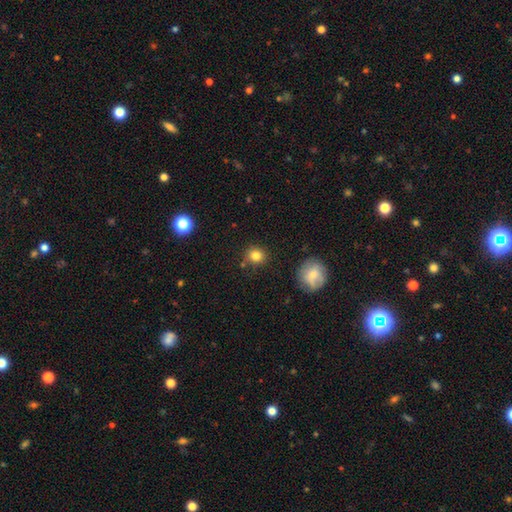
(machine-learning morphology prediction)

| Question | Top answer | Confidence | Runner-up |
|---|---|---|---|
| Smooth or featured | smooth | 82% | star or artifact (12%) |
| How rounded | round | 83% | in between (16%) |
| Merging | none | 82% | minor disturbance (10%) |